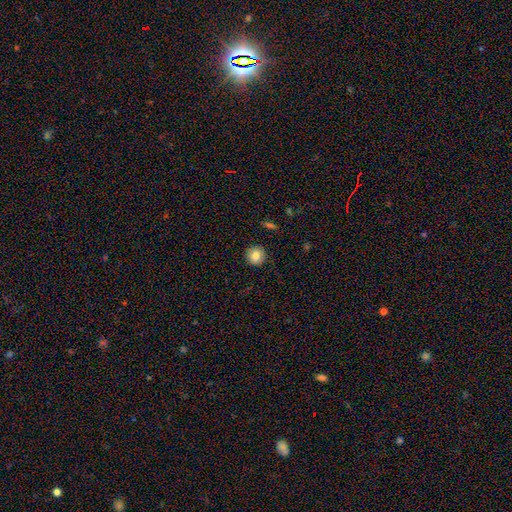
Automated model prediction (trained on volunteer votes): Smooth or featured?
  - smooth: 81% *
  - featured or disk: 10%
  - star or artifact: 9%
How rounded?
  - round: 94% *
  - in between: 5%
  - cigar-shaped: 1%
Merging?
  - none: 91% *
  - minor disturbance: 6%
  - major disturbance: 2%
  - merger: 1%